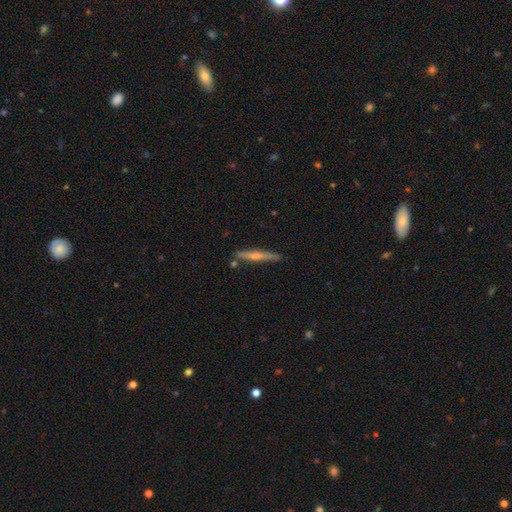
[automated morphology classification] This is possibly a featured or disk galaxy (48%). Merging: clearly none (82%).